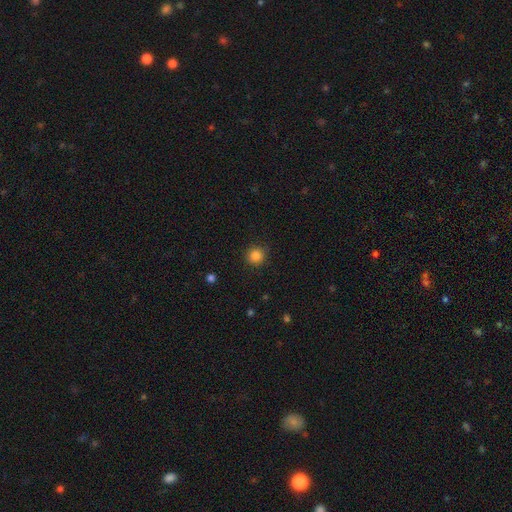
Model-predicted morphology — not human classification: A smooth galaxy with no disk features (85%) that is round (93%). Merging: none (89%).